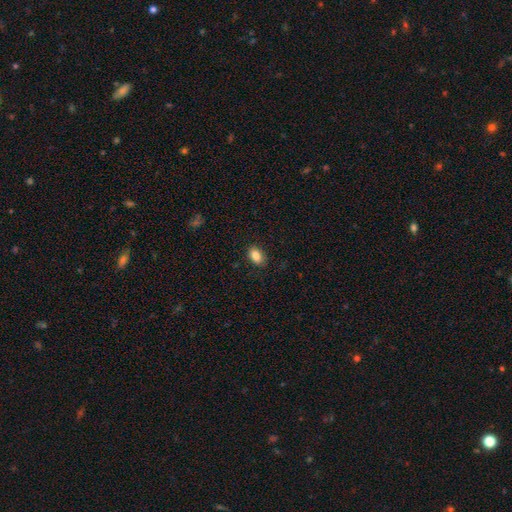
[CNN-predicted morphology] Smooth or featured?
  - smooth: 86% *
  - star or artifact: 9%
  - featured or disk: 6%
How rounded?
  - in between: 85% *
  - round: 13%
  - cigar-shaped: 1%
Merging?
  - none: 88% *
  - minor disturbance: 9%
  - major disturbance: 2%
  - merger: 1%